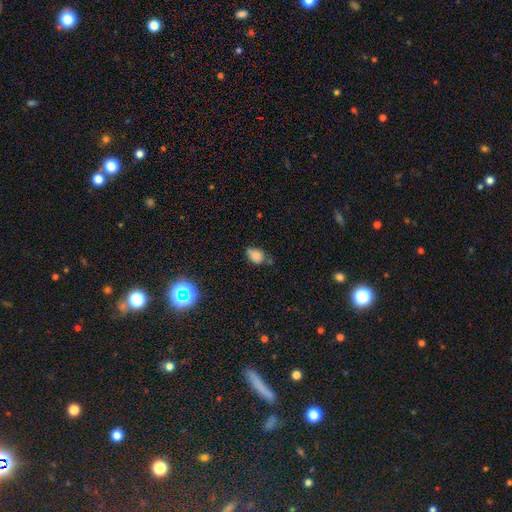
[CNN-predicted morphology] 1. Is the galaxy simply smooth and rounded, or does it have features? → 75% smooth, 15% star or artifact, 10% featured or disk.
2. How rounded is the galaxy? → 74% in between, 24% round, 2% cigar-shaped.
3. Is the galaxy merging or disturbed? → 47% none, 37% minor disturbance, 9% major disturbance, 7% merger.